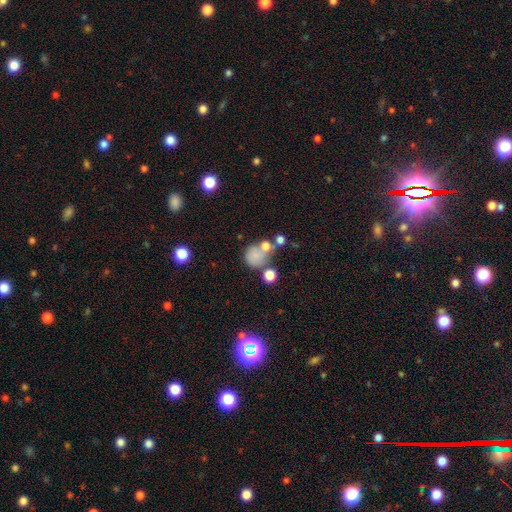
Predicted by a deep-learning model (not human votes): Q: Smooth or featured?
A: smooth (72%); runner-up: featured or disk (14%)
Q: How rounded?
A: round (77%); runner-up: in between (22%)
Q: Merging?
A: none (40%); runner-up: merger (31%)